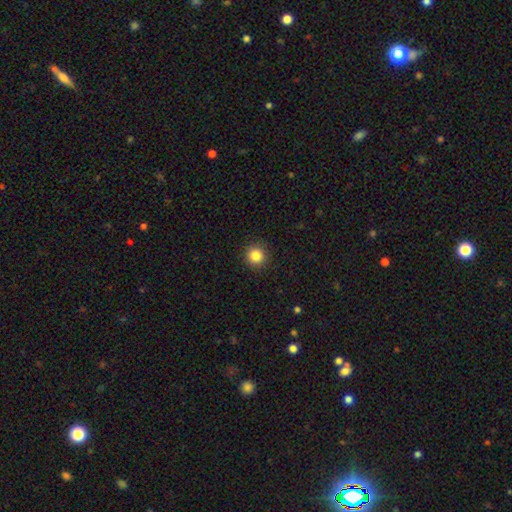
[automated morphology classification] smooth-or-featured: smooth: 85% | star or artifact: 11% | featured or disk: 4%
  how-rounded: round: 94% | in between: 5% | cigar-shaped: 1%
  merging: none: 92% | minor disturbance: 5% | major disturbance: 2% | merger: 1%